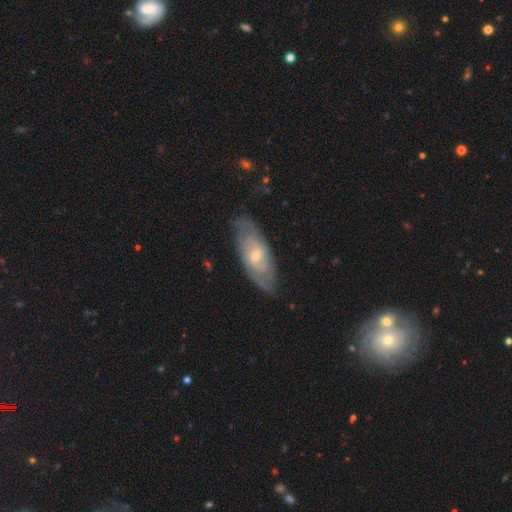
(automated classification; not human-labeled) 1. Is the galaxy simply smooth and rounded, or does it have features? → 68% featured or disk, 26% smooth, 6% star or artifact.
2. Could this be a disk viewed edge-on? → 84% no, 16% yes.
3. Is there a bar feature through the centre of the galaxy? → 52% no, 40% weak, 7% strong.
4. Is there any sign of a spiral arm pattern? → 81% yes, 19% no.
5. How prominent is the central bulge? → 54% small, 42% moderate, 2% large, 2% none, 1% dominant.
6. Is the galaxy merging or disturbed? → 78% none, 17% minor disturbance, 4% major disturbance, 1% merger.